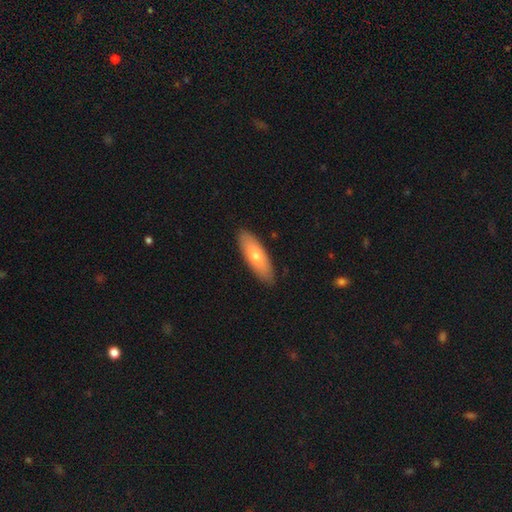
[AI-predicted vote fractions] Smooth or featured? Predicted: smooth (p=0.71). How rounded? Predicted: in between (p=0.59). Merging? Predicted: none (p=0.89).